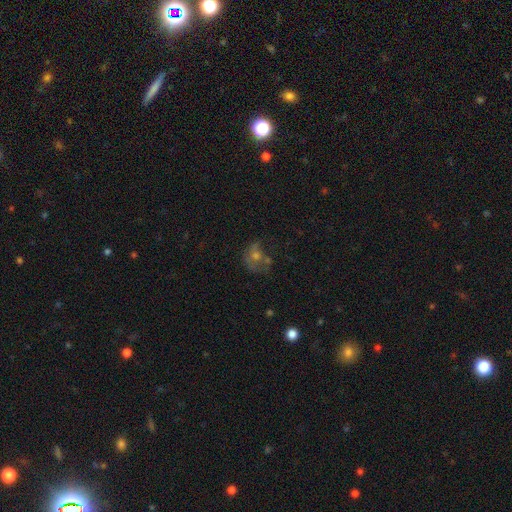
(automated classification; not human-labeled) Overall: featured or disk (38%, tied with smooth). Merging: none (39%; major disturbance 27%).